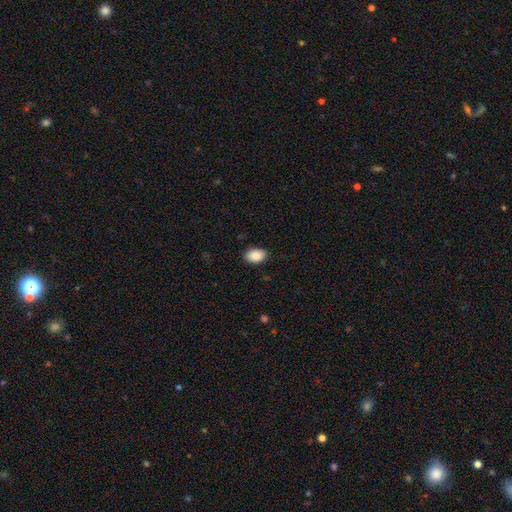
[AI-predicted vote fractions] Smooth or featured?
  - smooth: 89% *
  - star or artifact: 7%
  - featured or disk: 4%
How rounded?
  - in between: 88% *
  - round: 11%
  - cigar-shaped: 1%
Merging?
  - none: 88% *
  - minor disturbance: 9%
  - major disturbance: 2%
  - merger: 1%